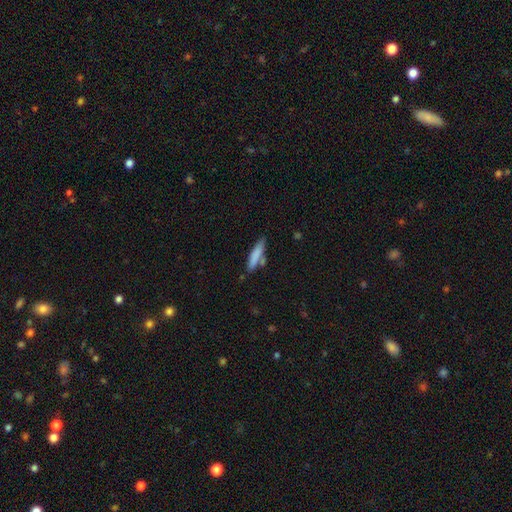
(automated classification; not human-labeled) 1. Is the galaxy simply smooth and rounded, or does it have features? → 80% smooth, 14% featured or disk, 6% star or artifact.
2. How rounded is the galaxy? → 80% cigar-shaped, 18% in between, 2% round.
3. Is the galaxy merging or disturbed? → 68% none, 16% minor disturbance, 12% merger, 4% major disturbance.